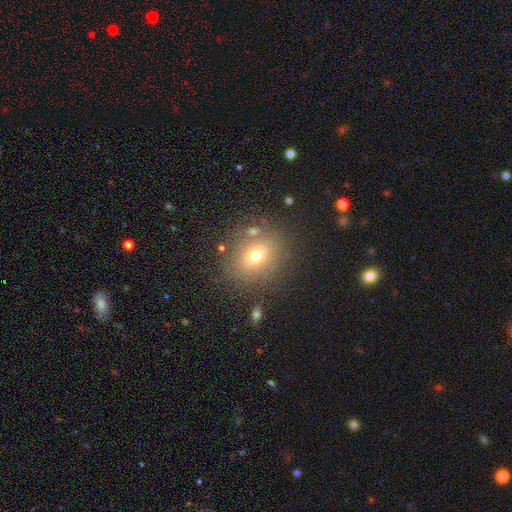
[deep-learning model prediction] Smooth or featured? smooth (67%)
How rounded? round (63%)
Merging? none (78%)